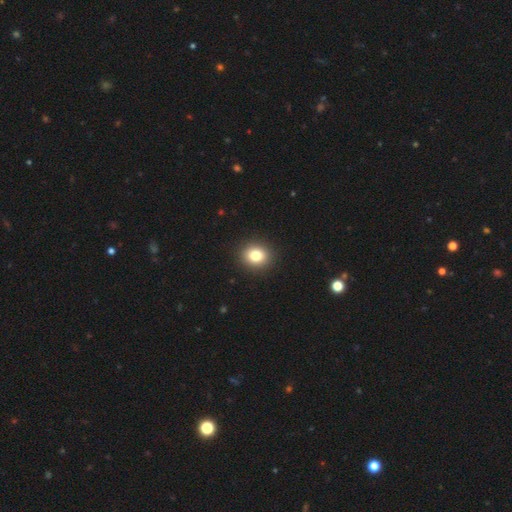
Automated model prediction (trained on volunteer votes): smooth_or_featured: smooth (p=0.82) [alt: star or artifact p=0.11]
how_rounded: round (p=0.70) [alt: in between p=0.29]
merging: none (p=0.92) [alt: minor disturbance p=0.05]